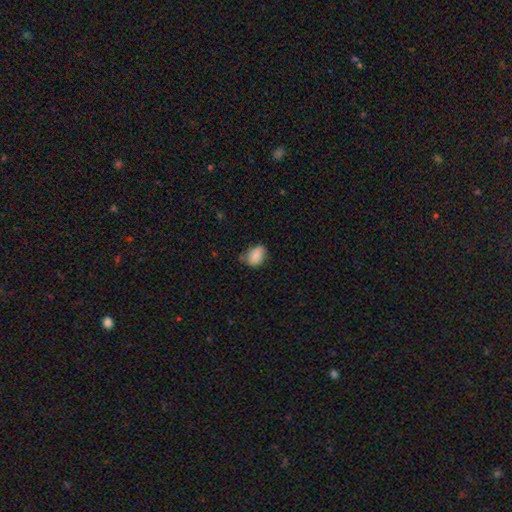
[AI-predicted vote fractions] This is clearly a smooth galaxy (83%). How rounded: likely in between (73%). Merging: possibly none (57%).